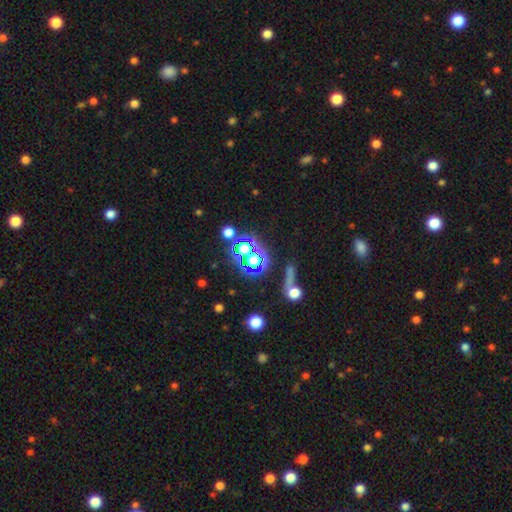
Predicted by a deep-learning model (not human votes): A star or artifact, not a galaxy (56%).